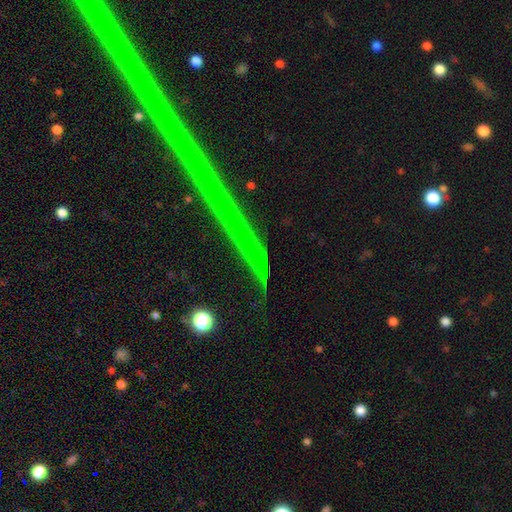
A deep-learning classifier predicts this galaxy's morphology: Overall: star or artifact (67%).